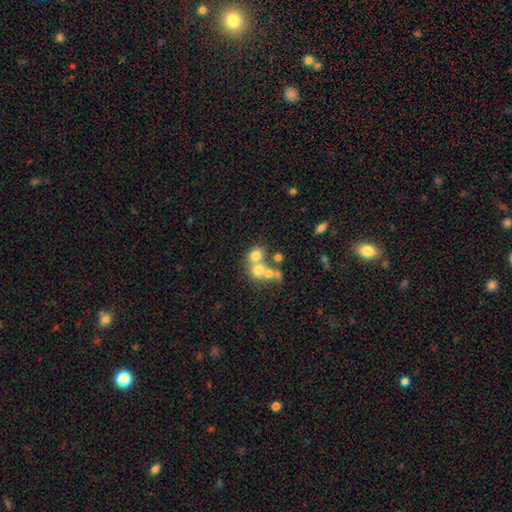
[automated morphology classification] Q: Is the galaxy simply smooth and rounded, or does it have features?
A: smooth — 63%.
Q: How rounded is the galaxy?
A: round — 64%.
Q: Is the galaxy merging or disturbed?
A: merger — 55%.